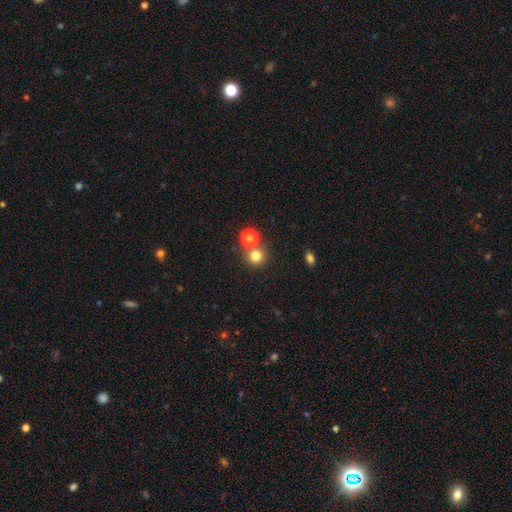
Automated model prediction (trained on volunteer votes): Smooth or featured?
  - smooth: 78% *
  - star or artifact: 15%
  - featured or disk: 7%
How rounded?
  - round: 92% *
  - in between: 7%
  - cigar-shaped: 1%
Merging?
  - none: 67% *
  - merger: 23%
  - minor disturbance: 7%
  - major disturbance: 3%